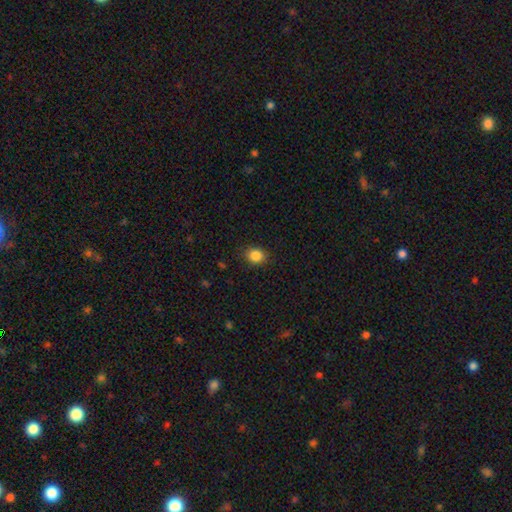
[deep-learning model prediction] A smooth galaxy with no disk features (86%) that is round (66%).

Vote fractions:
- Smooth or featured? smooth: 86% / star or artifact: 10% / featured or disk: 4%
- How rounded? round: 66% / in between: 34% / cigar-shaped: 1%
- Merging? none: 86% / minor disturbance: 11% / major disturbance: 3% / merger: 1%